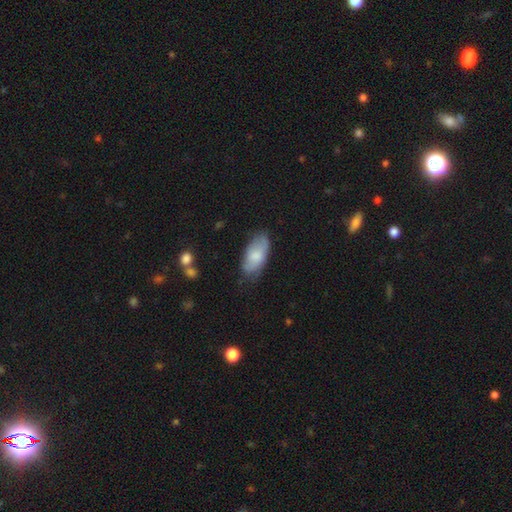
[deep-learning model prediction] Smooth or featured? smooth (73%)
How rounded? in between (92%)
Merging? none (66%)